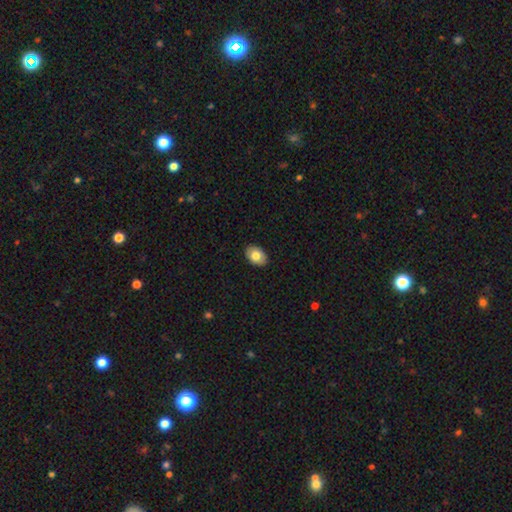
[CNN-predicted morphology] smooth-or-featured: smooth: 80% | featured or disk: 13% | star or artifact: 7%
  how-rounded: in between: 83% | round: 16% | cigar-shaped: 1%
  merging: none: 90% | minor disturbance: 8% | major disturbance: 2% | merger: 1%